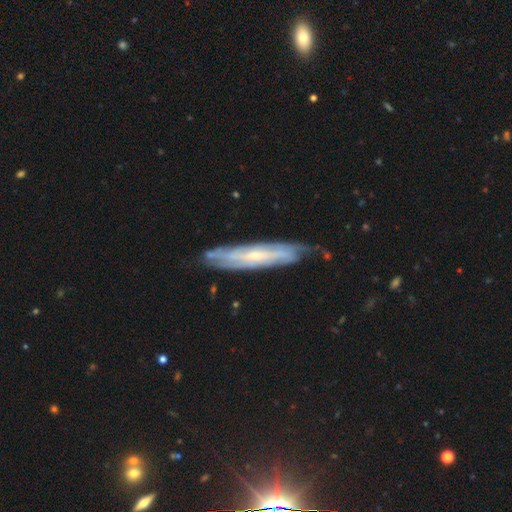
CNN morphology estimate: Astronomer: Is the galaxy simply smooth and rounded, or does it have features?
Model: featured or disk — 74%.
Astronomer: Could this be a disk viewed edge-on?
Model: no — 54% (runner-up: yes, 46%).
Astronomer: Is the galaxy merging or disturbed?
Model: none — 72%.